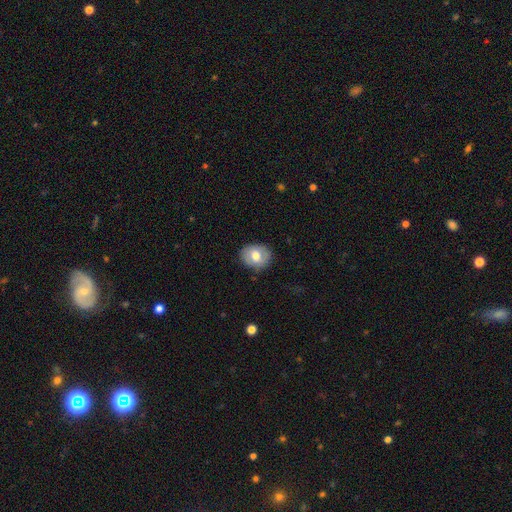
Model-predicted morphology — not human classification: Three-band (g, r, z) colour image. It shows a smooth galaxy with no disk features (69%) that is round (54%). Merging: none (85%).